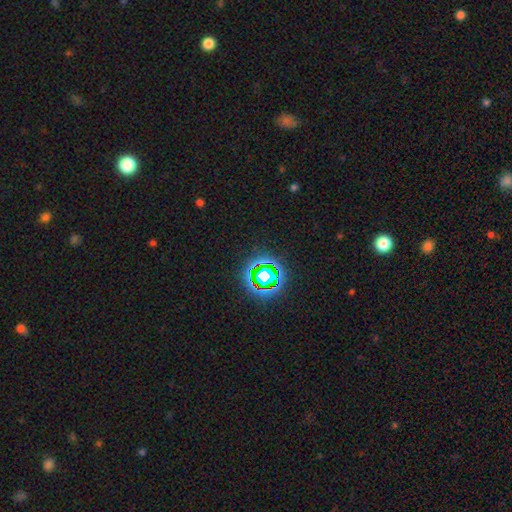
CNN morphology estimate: Smooth or featured? Predicted: star or artifact (p=0.78).